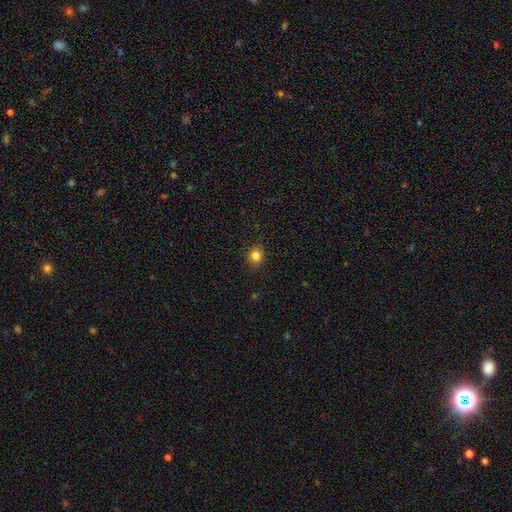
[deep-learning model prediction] Smooth or featured: smooth — 83% (star or artifact — 12%)
How rounded: round — 77% (in between — 22%)
Merging: none — 87% (minor disturbance — 10%)